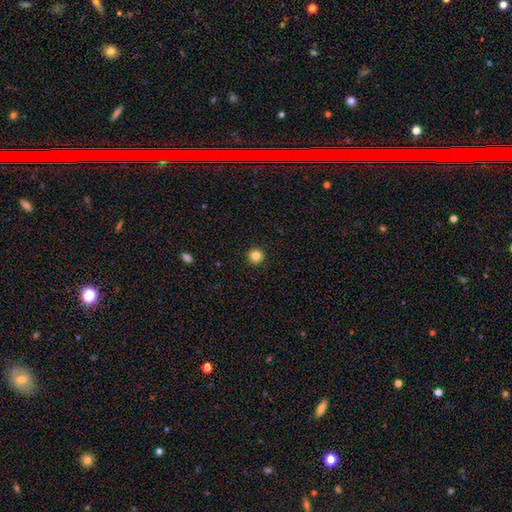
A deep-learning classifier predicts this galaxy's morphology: smooth-or-featured: smooth: 84% | star or artifact: 12% | featured or disk: 4%
  how-rounded: round: 96% | in between: 3% | cigar-shaped: 1%
  merging: none: 94% | minor disturbance: 4% | major disturbance: 1% | merger: 1%